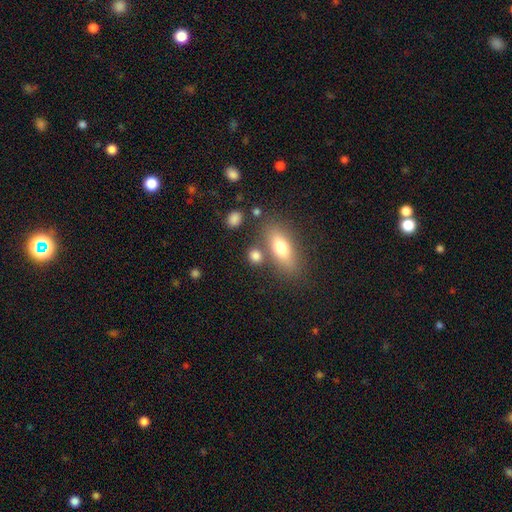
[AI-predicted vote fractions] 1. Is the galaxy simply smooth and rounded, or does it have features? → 77% smooth, 12% featured or disk, 11% star or artifact.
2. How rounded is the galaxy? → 47% round, 44% in between, 10% cigar-shaped.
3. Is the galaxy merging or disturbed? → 70% none, 15% merger, 11% minor disturbance, 5% major disturbance.